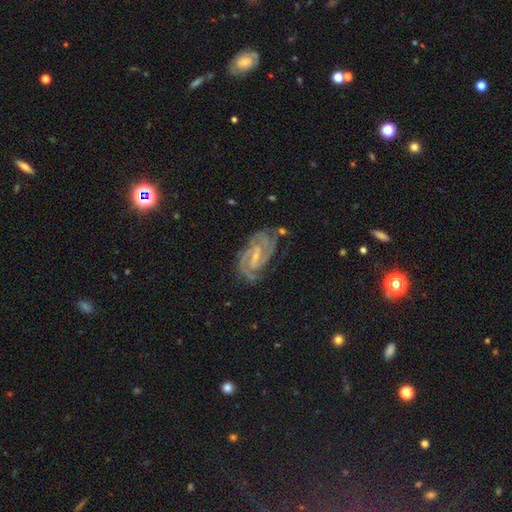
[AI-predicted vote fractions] This is clearly a featured or disk galaxy (88%). It is clearly not viewed edge-on (97%). Bar: possibly weak (51%). Spiral arm pattern: clearly yes (98%). Spiral arm count: possibly 2 (54%). Spiral winding: possibly tight (54%). Central bulge: likely small (66%). Merging: likely none (69%).